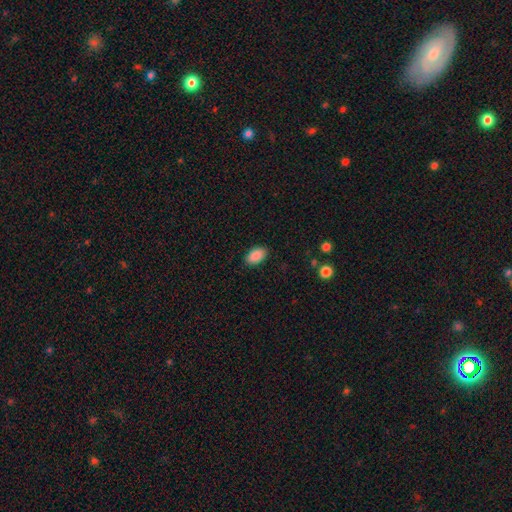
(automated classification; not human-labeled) Smooth or featured: smooth — 89% (star or artifact — 7%)
How rounded: in between — 94% (round — 5%)
Merging: none — 89% (minor disturbance — 8%)